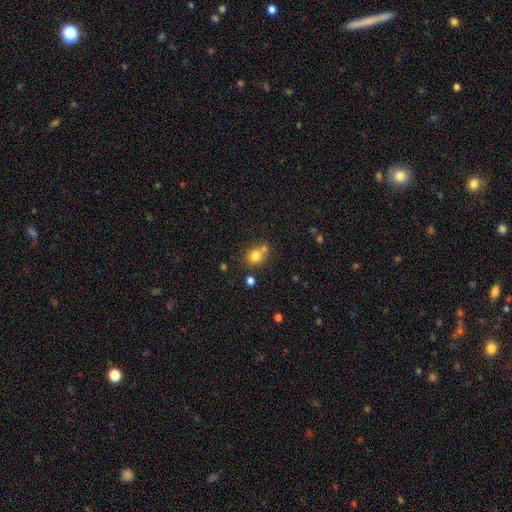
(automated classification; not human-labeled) smooth-or-featured: smooth: 78% | star or artifact: 12% | featured or disk: 10%
  how-rounded: round: 71% | in between: 28% | cigar-shaped: 1%
  merging: none: 55% | merger: 30% | minor disturbance: 11% | major disturbance: 4%